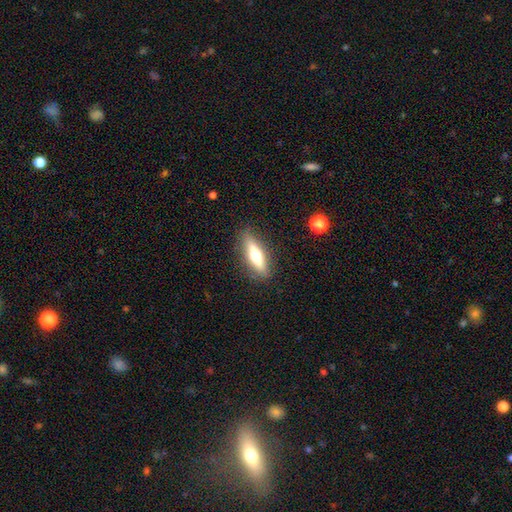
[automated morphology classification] A smooth galaxy with no disk features (51%) that is cigar-shaped (65%).

Vote fractions:
- Smooth or featured? smooth: 51% / featured or disk: 42% / star or artifact: 7%
- How rounded? cigar-shaped: 65% / in between: 33% / round: 2%
- Merging? none: 86% / minor disturbance: 10% / major disturbance: 3% / merger: 1%